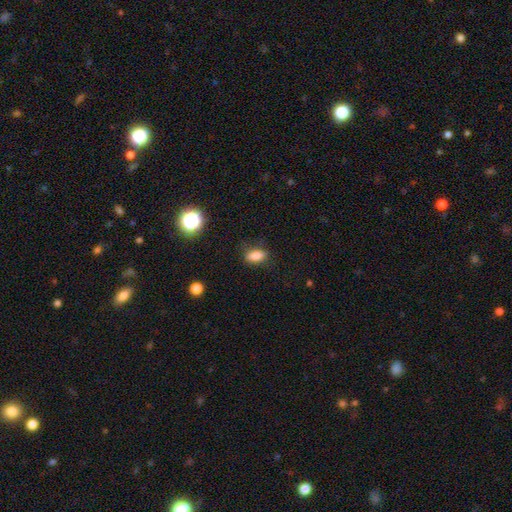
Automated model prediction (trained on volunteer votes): The model was most divided on "merging": none: 78%, minor disturbance: 16%, major disturbance: 5%, merger: 1%. More confident: smooth or featured — smooth (82%); how rounded — in between (79%).